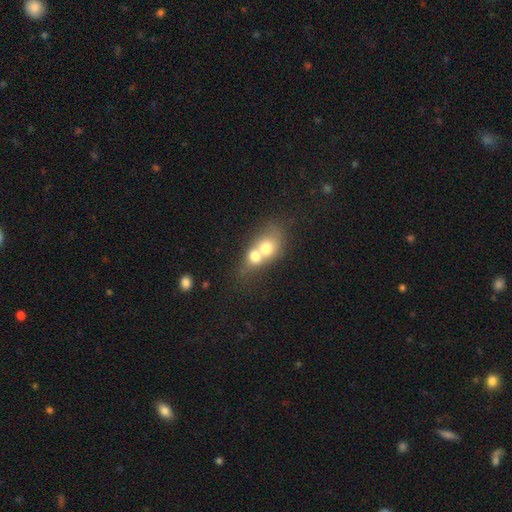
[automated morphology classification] A smooth galaxy with no disk features (65%) that is in between round and cigar-shaped (49%, tied with round). Merging: merger (78%).